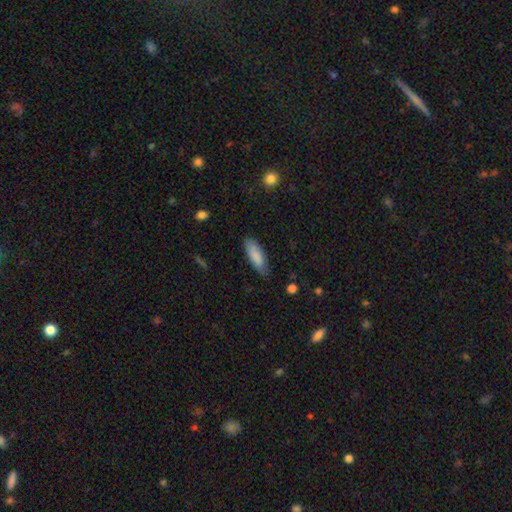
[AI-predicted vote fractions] smooth_or_featured: smooth (p=0.85) [alt: featured or disk p=0.09]
how_rounded: in between (p=0.62) [alt: cigar-shaped p=0.37]
merging: none (p=0.78) [alt: minor disturbance p=0.18]